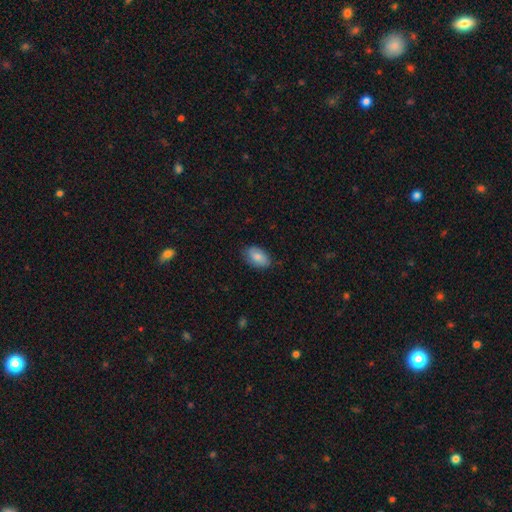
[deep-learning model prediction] A smooth galaxy with no disk features (80%) that is in between round and cigar-shaped (92%). Merging: none (79%).